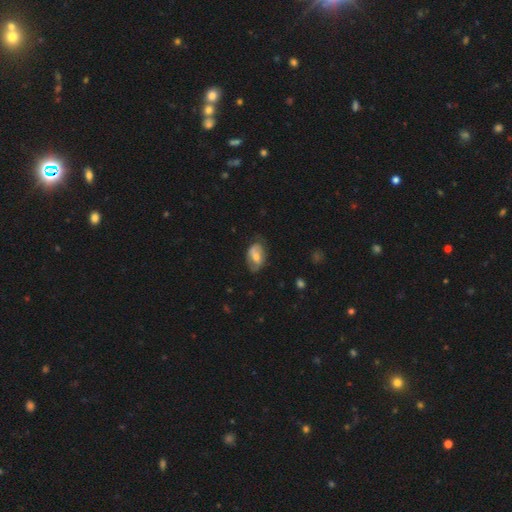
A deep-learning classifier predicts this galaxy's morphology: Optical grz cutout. It shows a smooth galaxy with no disk features (47%). Merging: none (65%).